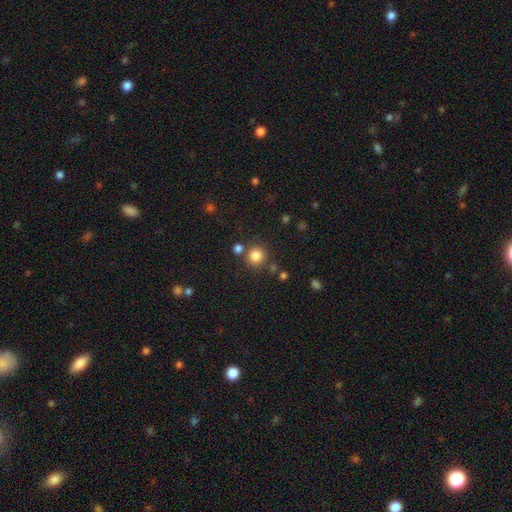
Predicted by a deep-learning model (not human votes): Smooth or featured? smooth (83%)
How rounded? round (93%)
Merging? none (80%)